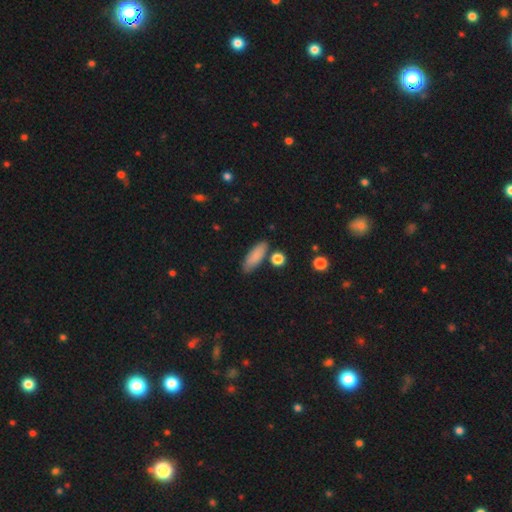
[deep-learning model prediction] smooth_or_featured: smooth (p=0.85) [alt: featured or disk p=0.08]
how_rounded: in between (p=0.62) [alt: cigar-shaped p=0.36]
merging: none (p=0.80) [alt: minor disturbance p=0.12]